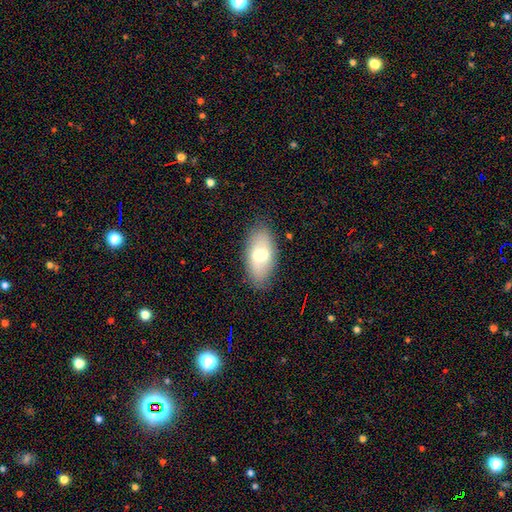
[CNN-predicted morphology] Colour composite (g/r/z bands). It shows a smooth galaxy with no disk features (57%) that is in between round and cigar-shaped (91%). Merging: none (82%).